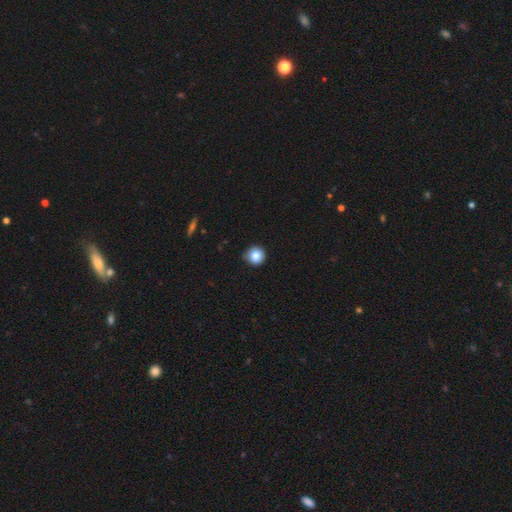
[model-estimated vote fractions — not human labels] Q: Smooth or featured?
A: smooth (84%); runner-up: star or artifact (10%)
Q: How rounded?
A: round (93%); runner-up: in between (6%)
Q: Merging?
A: none (82%); runner-up: minor disturbance (15%)